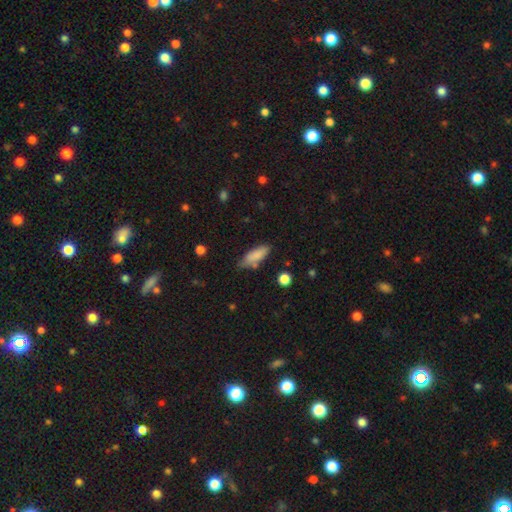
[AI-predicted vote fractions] Smooth or featured? smooth (84%)
How rounded? in between (63%)
Merging? none (65%)